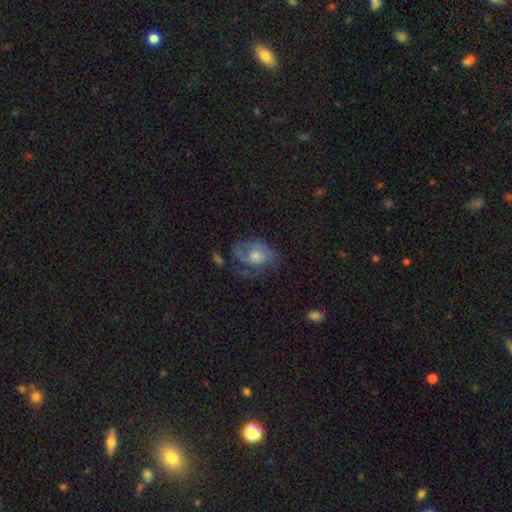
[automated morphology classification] The model was most divided on "merging": none: 46%, major disturbance: 26%, minor disturbance: 25%, merger: 3%. More confident: edge-on disk — no (96%); bar — no (78%); spiral arms — yes (76%); smooth or featured — featured or disk (59%); bulge size — moderate (57%).